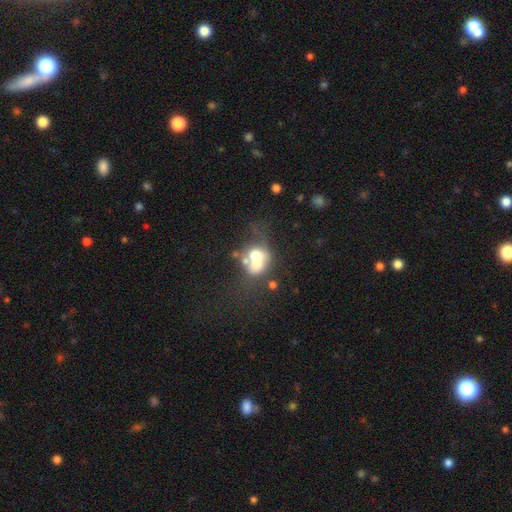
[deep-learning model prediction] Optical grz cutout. It shows a smooth galaxy with no disk features (52%) that is round (53%). Merging: merger (62%).